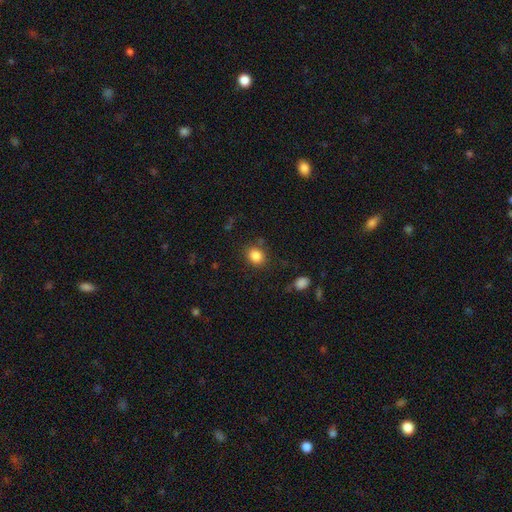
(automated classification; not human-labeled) A smooth galaxy with no disk features (85%) that is round (61%).

Vote fractions:
- Smooth or featured? smooth: 85% / star or artifact: 10% / featured or disk: 5%
- How rounded? round: 61% / in between: 38% / cigar-shaped: 1%
- Merging? none: 82% / minor disturbance: 12% / major disturbance: 4% / merger: 3%